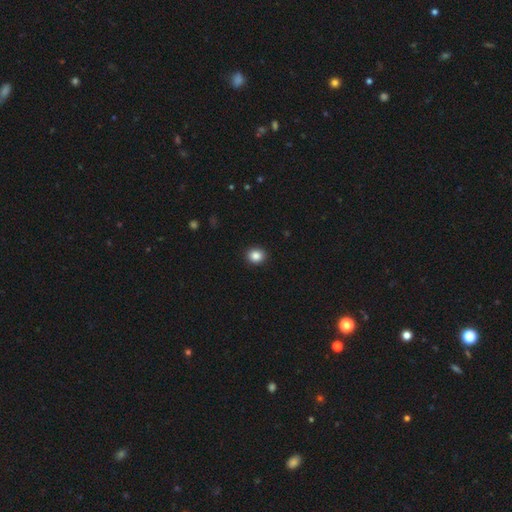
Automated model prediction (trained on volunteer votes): smooth-or-featured: smooth: 87% | star or artifact: 10% | featured or disk: 4%
  how-rounded: round: 76% | in between: 24% | cigar-shaped: 1%
  merging: none: 92% | minor disturbance: 6% | major disturbance: 2% | merger: 1%